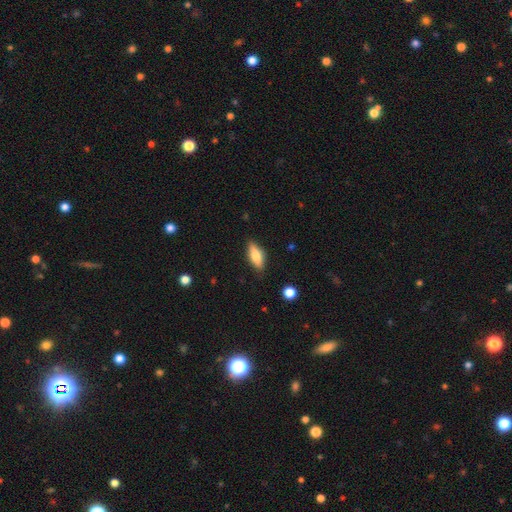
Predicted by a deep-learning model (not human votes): Smooth or featured: smooth — 68% (featured or disk — 25%)
How rounded: in between — 69% (cigar-shaped — 28%)
Merging: none — 84% (minor disturbance — 12%)